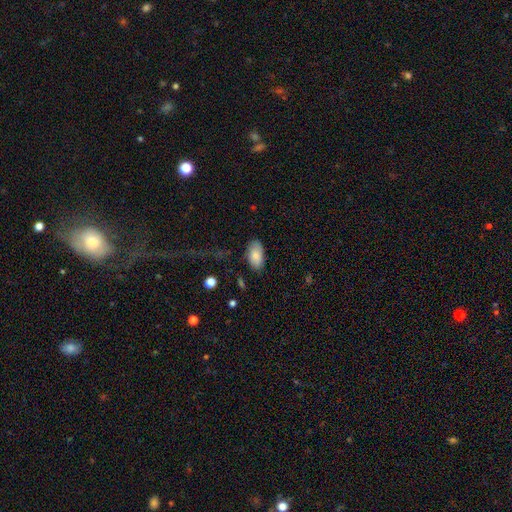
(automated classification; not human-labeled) Morphology: type=smooth (83%); roundness=in between (94%); merging=none (78%).